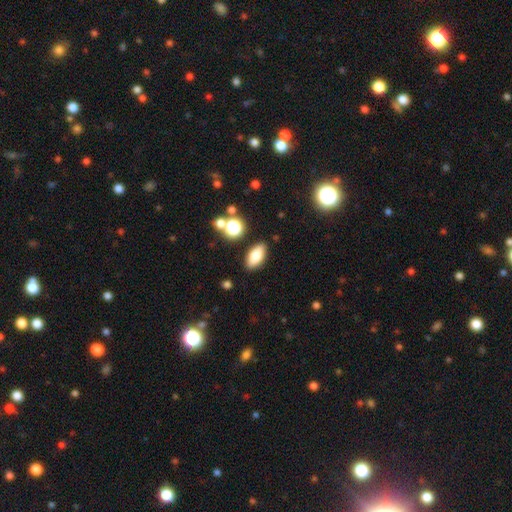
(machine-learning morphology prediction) A smooth galaxy with no disk features (78%) that is in between round and cigar-shaped (86%). Merging: none (86%).